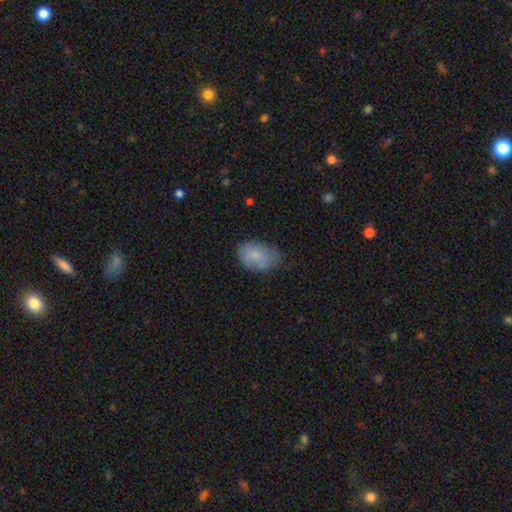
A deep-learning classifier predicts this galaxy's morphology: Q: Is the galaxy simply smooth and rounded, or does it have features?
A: smooth — 77%.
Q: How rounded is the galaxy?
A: in between — 84%.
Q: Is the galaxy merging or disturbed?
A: none — 61%.